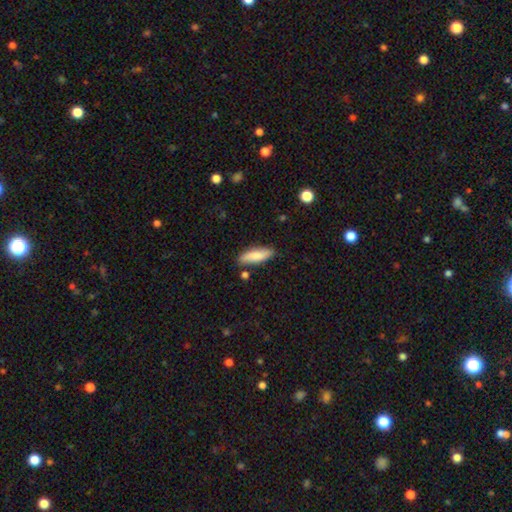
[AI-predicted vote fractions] This appears to be a smooth galaxy with no disk features (83%) that is in between round and cigar-shaped (50%). Merging: none (82%).